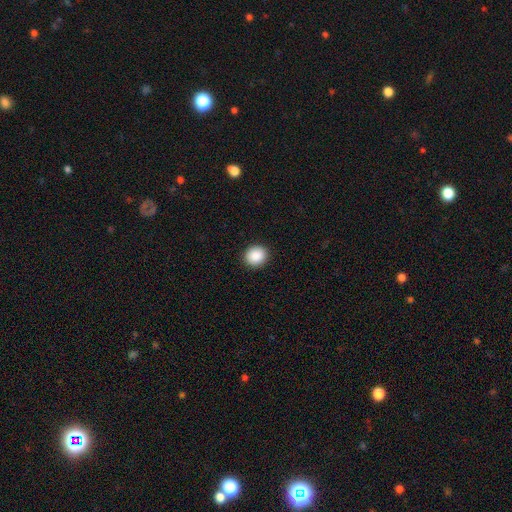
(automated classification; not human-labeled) smooth-or-featured: smooth: 89% | star or artifact: 8% | featured or disk: 3%
  how-rounded: round: 82% | in between: 18% | cigar-shaped: 1%
  merging: none: 92% | minor disturbance: 6% | major disturbance: 2% | merger: 1%